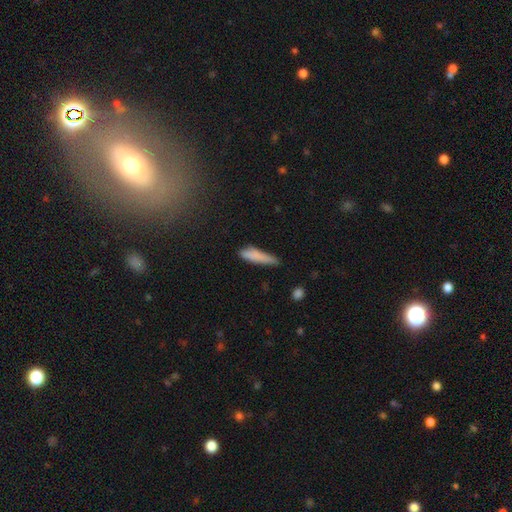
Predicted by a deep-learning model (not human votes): Morphology: type=smooth (81%); roundness=cigar-shaped (81%); merging=none (62%).